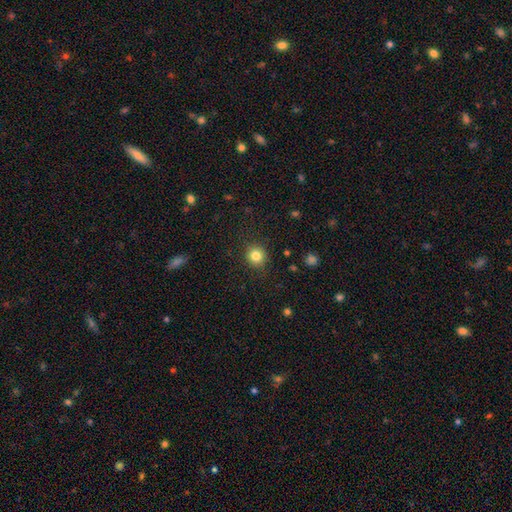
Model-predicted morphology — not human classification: Q: Smooth or featured?
A: smooth (83%); runner-up: star or artifact (11%)
Q: How rounded?
A: round (88%); runner-up: in between (11%)
Q: Merging?
A: none (90%); runner-up: minor disturbance (7%)